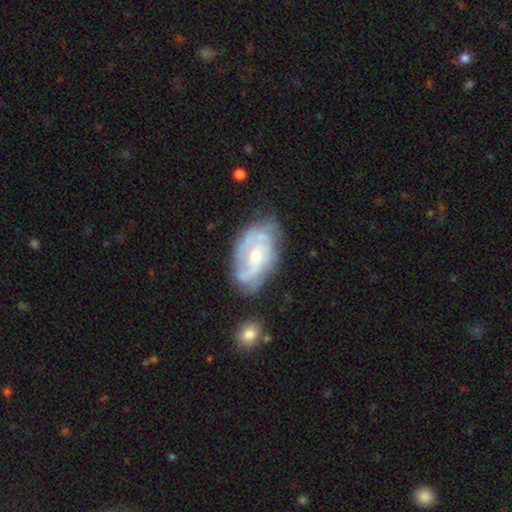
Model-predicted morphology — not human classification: Q: Smooth or featured?
A: featured or disk (77%); runner-up: smooth (17%)
Q: Edge-on disk?
A: no (96%); runner-up: yes (4%)
Q: Bar?
A: no (62%); runner-up: weak (32%)
Q: Spiral arms?
A: yes (87%); runner-up: no (13%)
Q: Spiral winding?
A: tight (48%); runner-up: medium (38%)
Q: Spiral arm count?
A: can't tell (39%); runner-up: 2 (30%)
Q: Bulge size?
A: small (47%); runner-up: moderate (46%)
Q: Merging?
A: none (61%); runner-up: minor disturbance (24%)